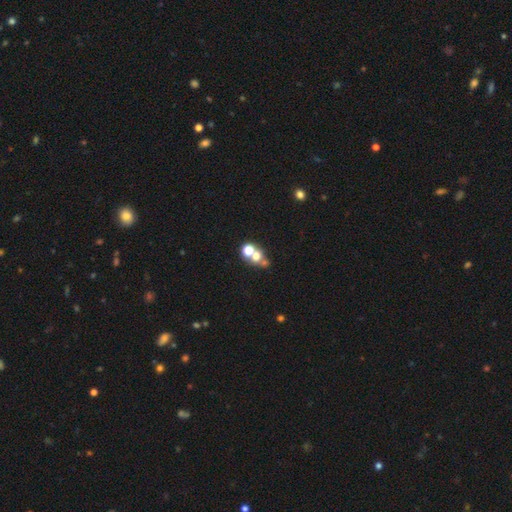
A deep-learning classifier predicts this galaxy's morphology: Smooth or featured? Predicted: smooth (p=0.56). How rounded? Predicted: round (p=0.68). Merging? Predicted: merger (p=0.49).